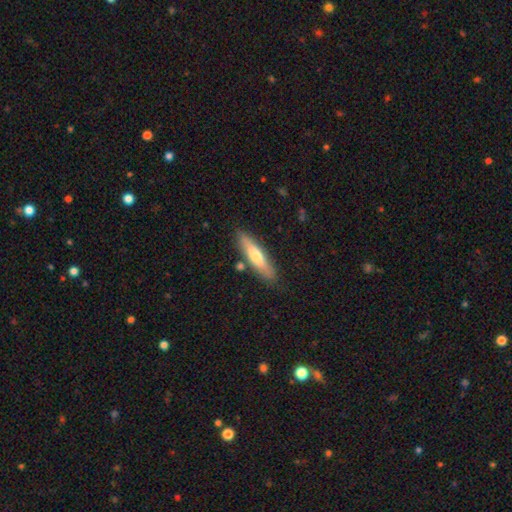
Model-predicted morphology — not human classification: Smooth or featured?
  - smooth: 63% *
  - featured or disk: 32%
  - star or artifact: 6%
How rounded?
  - cigar-shaped: 78% *
  - in between: 21%
  - round: 1%
Merging?
  - none: 83% *
  - minor disturbance: 11%
  - merger: 4%
  - major disturbance: 2%